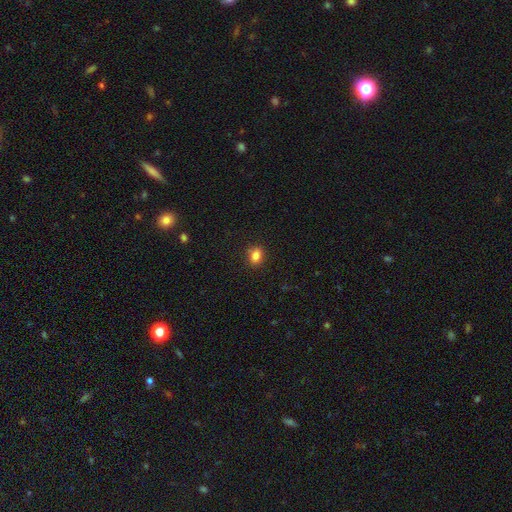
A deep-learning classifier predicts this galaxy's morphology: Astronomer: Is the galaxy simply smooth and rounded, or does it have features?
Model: smooth — 84%.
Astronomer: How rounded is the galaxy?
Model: in between — 67%.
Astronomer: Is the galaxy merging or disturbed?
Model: none — 84%.